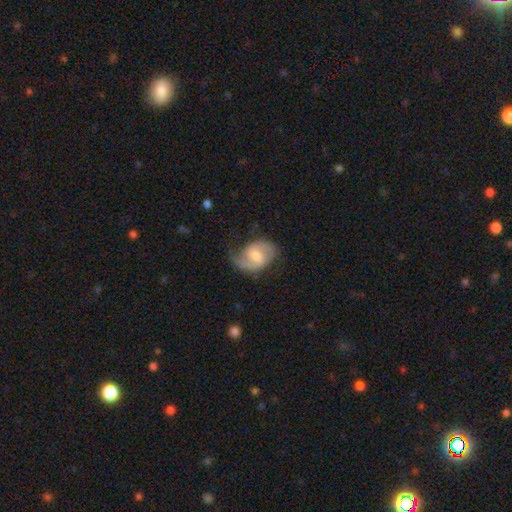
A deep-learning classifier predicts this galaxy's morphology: A featured or disk galaxy (79%) with a weak bar (58%), 2 (81%) medium (50%) spiral arms (94%) and a moderate central bulge (57%). Merging: none (65%).